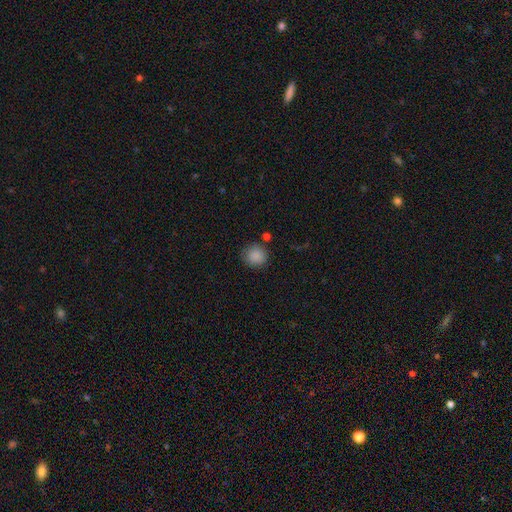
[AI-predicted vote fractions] Smooth or featured?
  - smooth: 87% *
  - star or artifact: 9%
  - featured or disk: 3%
How rounded?
  - round: 88% *
  - in between: 11%
  - cigar-shaped: 1%
Merging?
  - none: 83% *
  - minor disturbance: 11%
  - merger: 3%
  - major disturbance: 3%